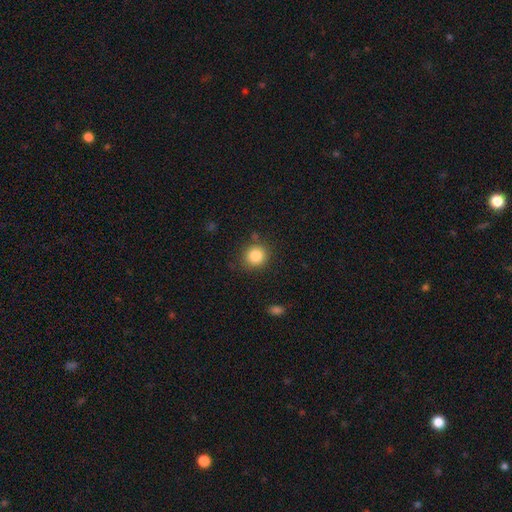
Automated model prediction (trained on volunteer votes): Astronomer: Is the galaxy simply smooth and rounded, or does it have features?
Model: smooth — 84%.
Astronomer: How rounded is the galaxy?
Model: round — 86%.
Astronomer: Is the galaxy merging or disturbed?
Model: none — 84%.